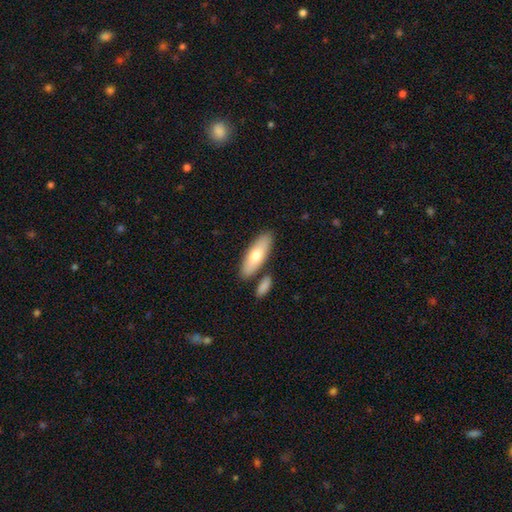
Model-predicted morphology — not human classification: This appears to be a smooth galaxy with no disk features (70%) that is in between round and cigar-shaped (64%). Merging: none (79%).